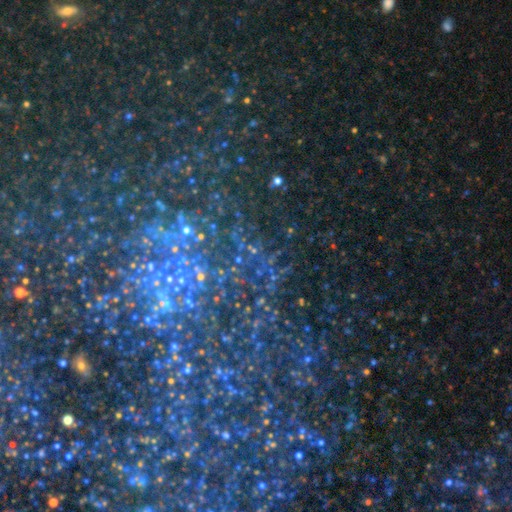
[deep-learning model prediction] This appears to be a star or artifact, not a galaxy (80%).